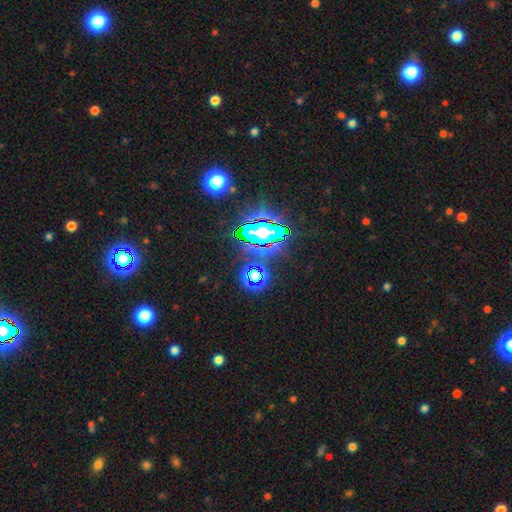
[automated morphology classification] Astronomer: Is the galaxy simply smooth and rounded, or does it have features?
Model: star or artifact — 83%.